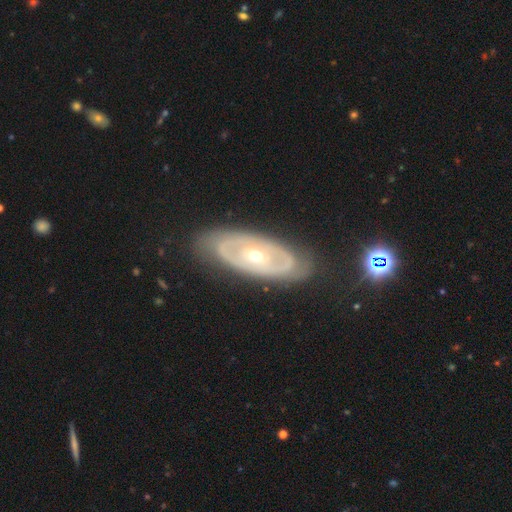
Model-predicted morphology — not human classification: This is likely a featured or disk galaxy (74%). It is clearly not viewed edge-on (88%). Bar: clearly no (87%). Spiral arm pattern: likely no (68%). Central bulge: possibly moderate (55%). Merging: clearly none (82%).